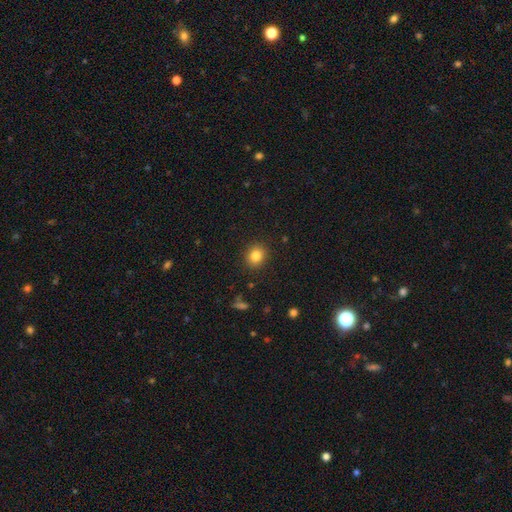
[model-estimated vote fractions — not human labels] Smooth or featured? Predicted: smooth (p=0.83). How rounded? Predicted: round (p=0.73). Merging? Predicted: none (p=0.89).